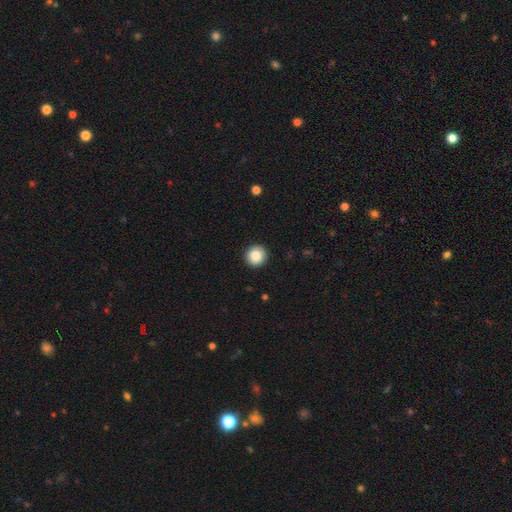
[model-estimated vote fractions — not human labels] The model was most divided on "smooth or featured": smooth: 88%, star or artifact: 8%, featured or disk: 4%. More confident: how rounded — round (92%); merging — none (92%).